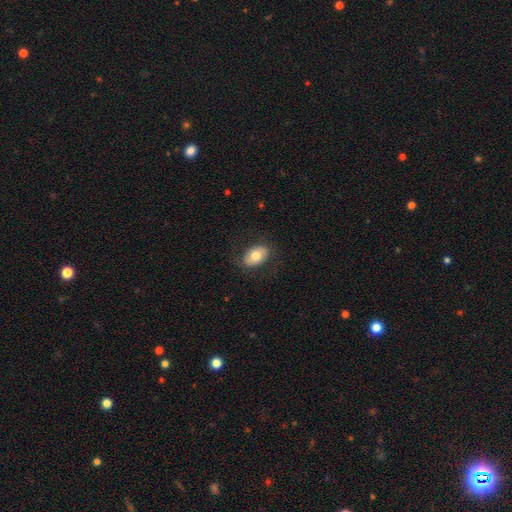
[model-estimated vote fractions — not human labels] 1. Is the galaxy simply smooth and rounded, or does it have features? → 73% smooth, 20% featured or disk, 7% star or artifact.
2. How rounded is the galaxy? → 86% in between, 13% round, 1% cigar-shaped.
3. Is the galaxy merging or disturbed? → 82% none, 12% minor disturbance, 5% major disturbance, 1% merger.